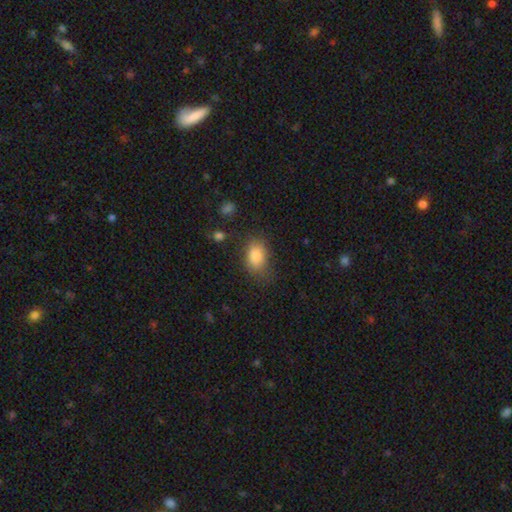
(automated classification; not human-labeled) Smooth or featured: smooth — 85% (star or artifact — 9%)
How rounded: in between — 79% (round — 19%)
Merging: none — 68% (minor disturbance — 21%)